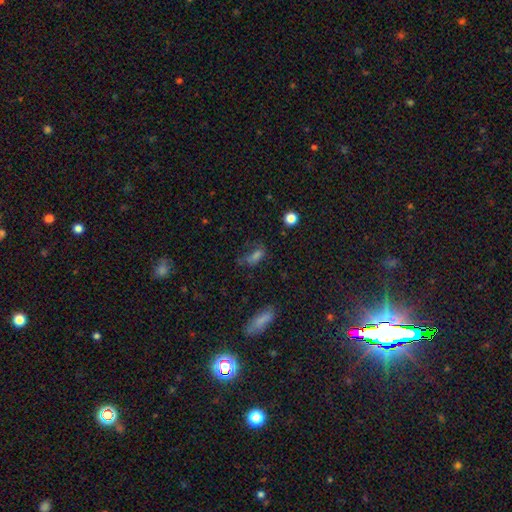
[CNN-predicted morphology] Smooth or featured? smooth (59%)
How rounded? in between (73%)
Merging? none (49%)